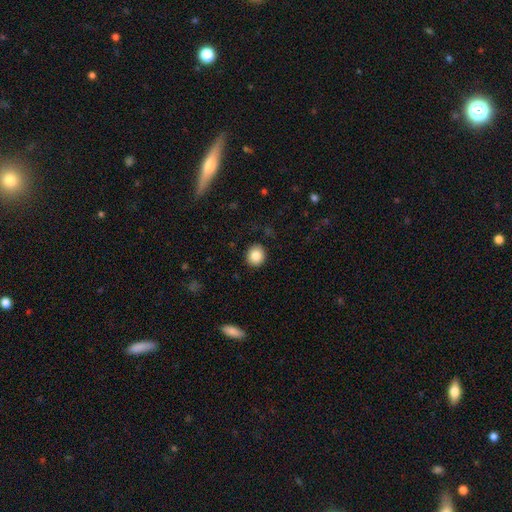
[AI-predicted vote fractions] This is clearly a smooth galaxy (85%). How rounded: clearly round (83%). Merging: clearly none (90%).